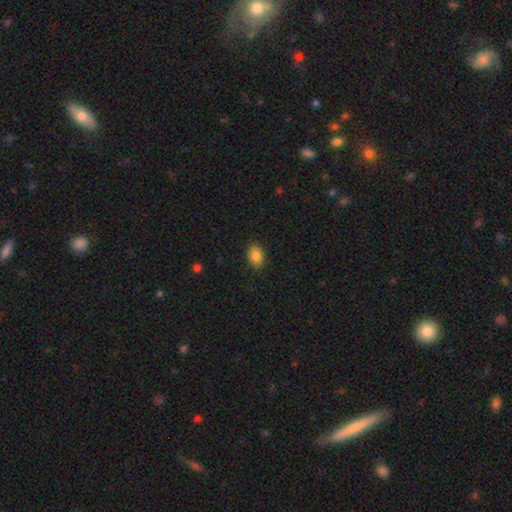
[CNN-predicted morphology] Q: Smooth or featured?
A: smooth (87%); runner-up: star or artifact (8%)
Q: How rounded?
A: in between (81%); runner-up: round (18%)
Q: Merging?
A: none (88%); runner-up: minor disturbance (9%)